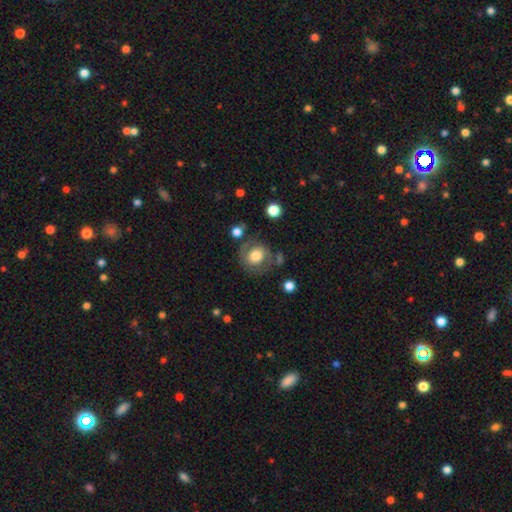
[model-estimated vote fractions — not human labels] Morphology: type=smooth (65%); roundness=round (82%); merging=none (64%).